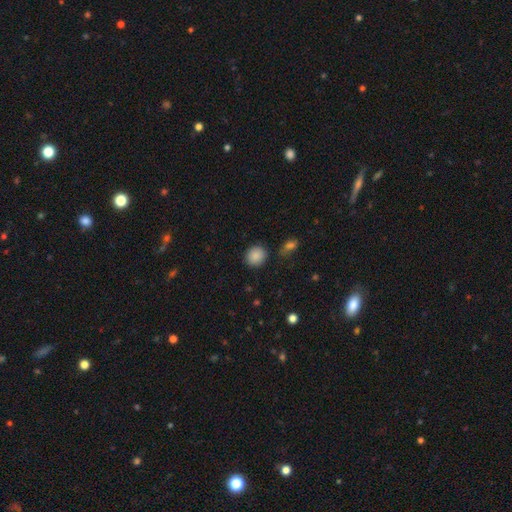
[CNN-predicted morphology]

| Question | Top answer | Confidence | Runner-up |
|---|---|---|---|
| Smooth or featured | smooth | 88% | star or artifact (9%) |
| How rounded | round | 81% | in between (18%) |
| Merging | none | 85% | minor disturbance (9%) |